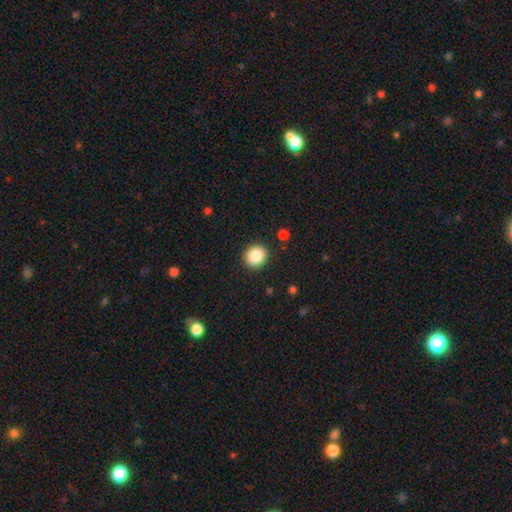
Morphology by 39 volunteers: This is clearly a smooth galaxy (82%). How rounded: clearly round (91%). Merging: clearly none (97%).